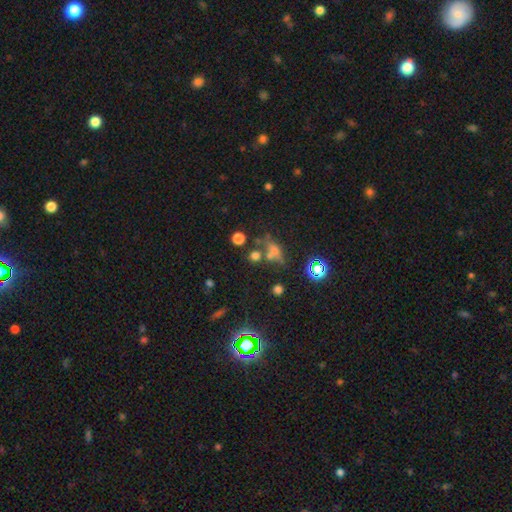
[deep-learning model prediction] Smooth or featured? Predicted: smooth (p=0.57). How rounded? Predicted: round (p=0.65). Merging? Predicted: none (p=0.55).